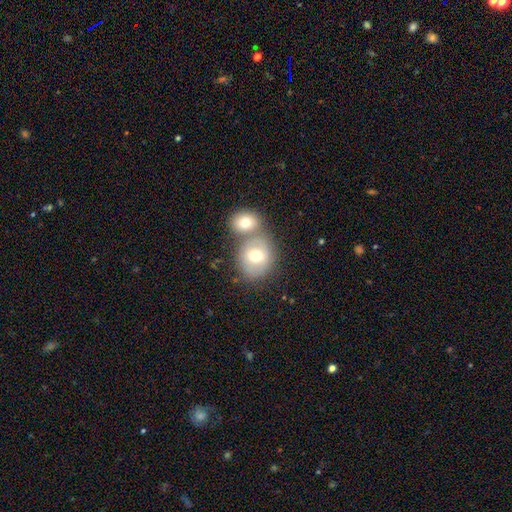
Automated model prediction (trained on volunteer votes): A smooth galaxy with no disk features (67%) that is round (73%).

Vote fractions:
- Smooth or featured? smooth: 67% / featured or disk: 23% / star or artifact: 10%
- How rounded? round: 73% / in between: 26% / cigar-shaped: 1%
- Merging? none: 45% / merger: 41% / minor disturbance: 10% / major disturbance: 4%